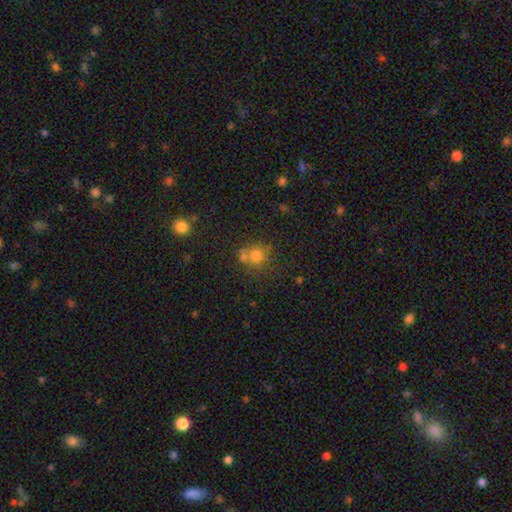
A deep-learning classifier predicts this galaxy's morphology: Smooth or featured?
  - smooth: 72% *
  - star or artifact: 17%
  - featured or disk: 11%
How rounded?
  - round: 85% *
  - in between: 14%
  - cigar-shaped: 1%
Merging?
  - none: 53% *
  - merger: 31%
  - minor disturbance: 11%
  - major disturbance: 5%